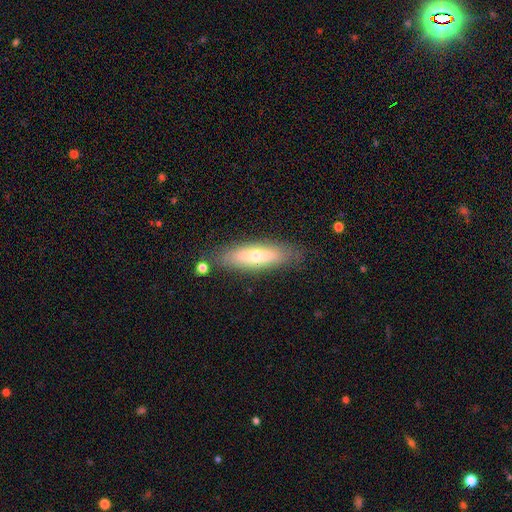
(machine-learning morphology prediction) smooth 60%, featured or disk 33%, star or artifact 7%. Down the decision tree: how rounded — cigar-shaped (58%); merging — none (81%).